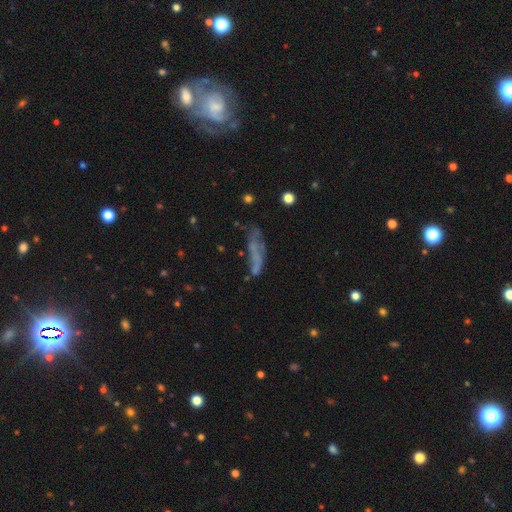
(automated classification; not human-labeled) Smooth or featured? smooth (47%)
Merging? none (43%)